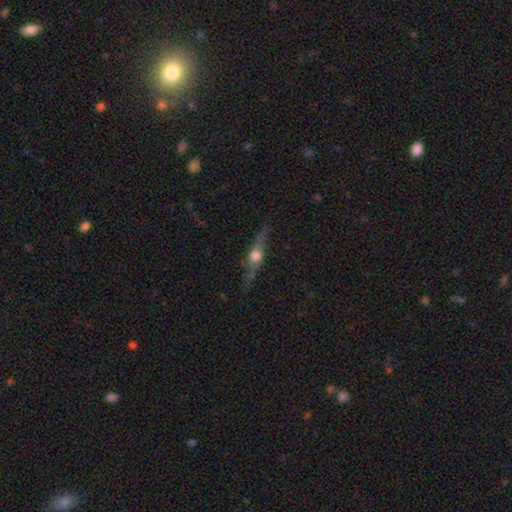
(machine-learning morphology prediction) Smooth or featured?
  - featured or disk: 75% *
  - smooth: 18%
  - star or artifact: 7%
Edge-on disk?
  - yes: 95% *
  - no: 5%
Edge-on bulge?
  - rounded: 95% *
  - boxy: 3%
  - none: 2%
Merging?
  - none: 82% *
  - minor disturbance: 13%
  - major disturbance: 4%
  - merger: 1%